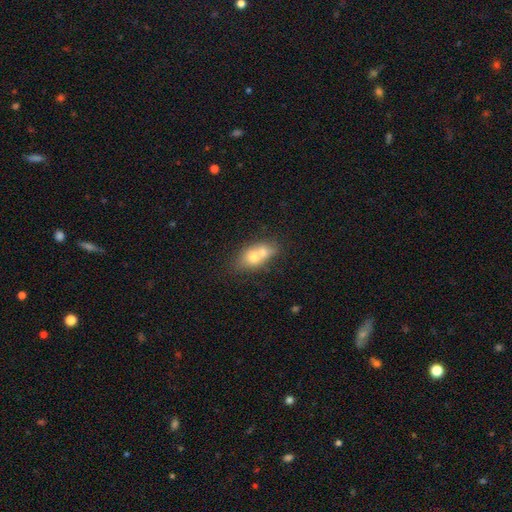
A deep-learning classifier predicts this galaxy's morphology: This appears to be a smooth galaxy with no disk features (65%) that is in between round and cigar-shaped (63%). Merging: merger (62%).